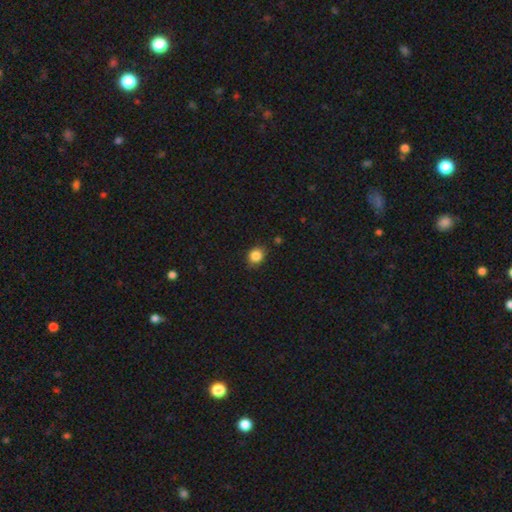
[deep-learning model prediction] Smooth or featured?
  - smooth: 86% *
  - star or artifact: 10%
  - featured or disk: 4%
How rounded?
  - round: 69% *
  - in between: 30%
  - cigar-shaped: 1%
Merging?
  - none: 83% *
  - minor disturbance: 13%
  - major disturbance: 3%
  - merger: 2%